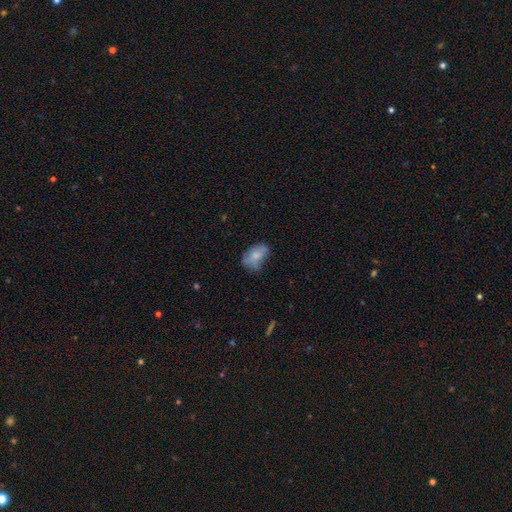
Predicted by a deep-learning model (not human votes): A smooth galaxy with no disk features (74%) that is in between round and cigar-shaped (88%).

Vote fractions:
- Smooth or featured? smooth: 74% / featured or disk: 18% / star or artifact: 9%
- How rounded? in between: 88% / round: 10% / cigar-shaped: 2%
- Merging? none: 45% / minor disturbance: 36% / major disturbance: 16% / merger: 4%